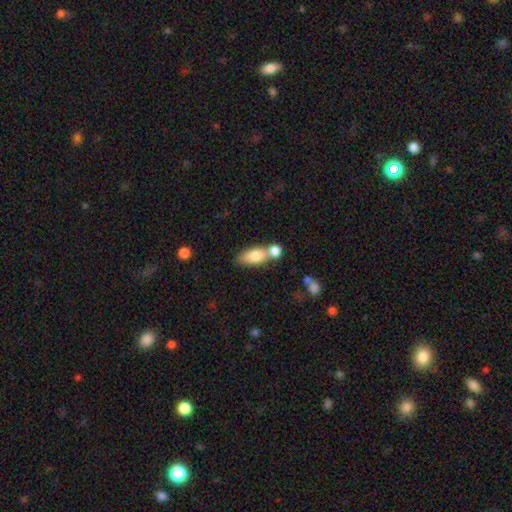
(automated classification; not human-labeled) This appears to be a smooth galaxy with no disk features (78%) that is in between round and cigar-shaped (79%). Merging: merger (46%).